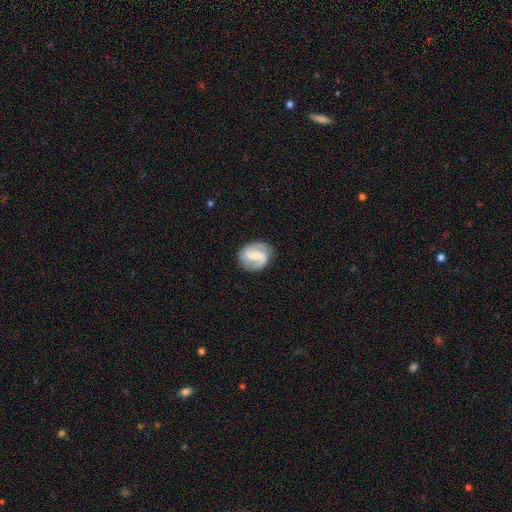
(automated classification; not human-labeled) Smooth or featured?
  - featured or disk: 81% *
  - smooth: 14%
  - star or artifact: 5%
Edge-on disk?
  - no: 98% *
  - yes: 2%
Bar?
  - weak: 48% *
  - strong: 31%
  - no: 21%
Spiral arms?
  - yes: 96% *
  - no: 4%
Spiral winding?
  - medium: 49% *
  - loose: 29%
  - tight: 22%
Spiral arm count?
  - 2: 91% *
  - can't tell: 3%
  - 1: 2%
  - 3: 1%
  - 4: 1%
  - more than 4: 1%
Bulge size?
  - small: 51% *
  - moderate: 30%
  - none: 14%
  - large: 3%
  - dominant: 1%
Merging?
  - none: 83% *
  - minor disturbance: 12%
  - major disturbance: 4%
  - merger: 1%